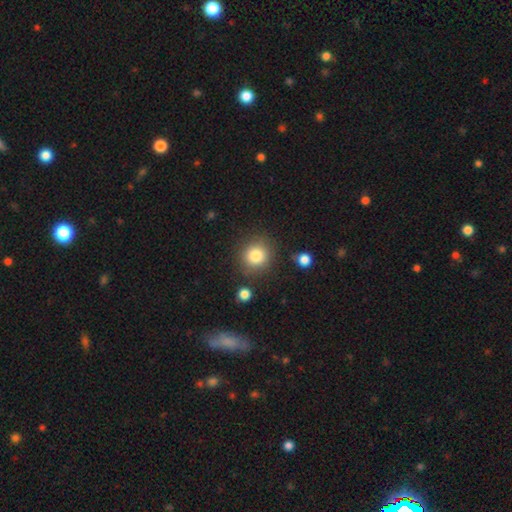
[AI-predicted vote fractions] Smooth or featured?
  - smooth: 83% *
  - star or artifact: 11%
  - featured or disk: 7%
How rounded?
  - round: 89% *
  - in between: 10%
  - cigar-shaped: 1%
Merging?
  - none: 83% *
  - minor disturbance: 9%
  - merger: 4%
  - major disturbance: 3%